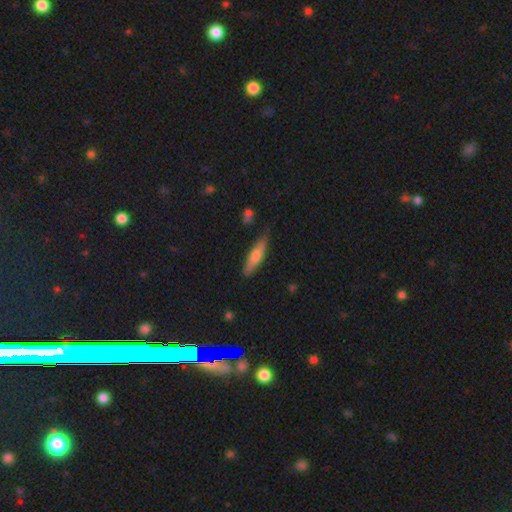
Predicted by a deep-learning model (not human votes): Morphology: type=smooth (57%); roundness=cigar-shaped (76%); merging=none (80%).